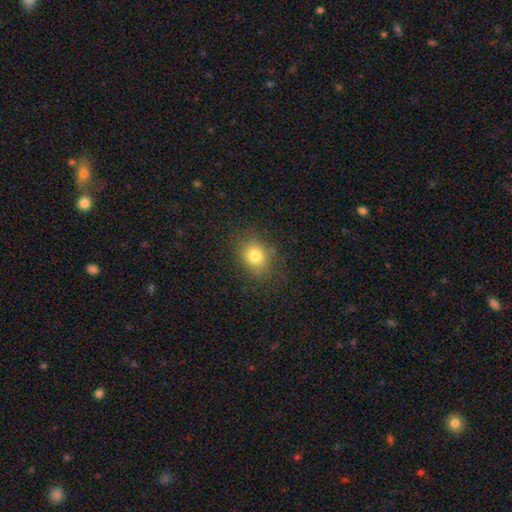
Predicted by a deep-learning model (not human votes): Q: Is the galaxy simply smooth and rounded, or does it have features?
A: smooth — 78%.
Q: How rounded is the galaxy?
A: round — 52%.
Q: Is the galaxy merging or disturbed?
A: none — 85%.